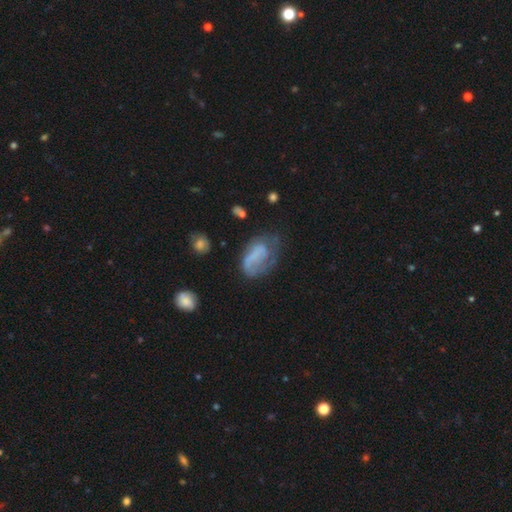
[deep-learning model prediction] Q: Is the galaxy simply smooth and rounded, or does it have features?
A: featured or disk — 49%.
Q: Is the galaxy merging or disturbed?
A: none — 38%.